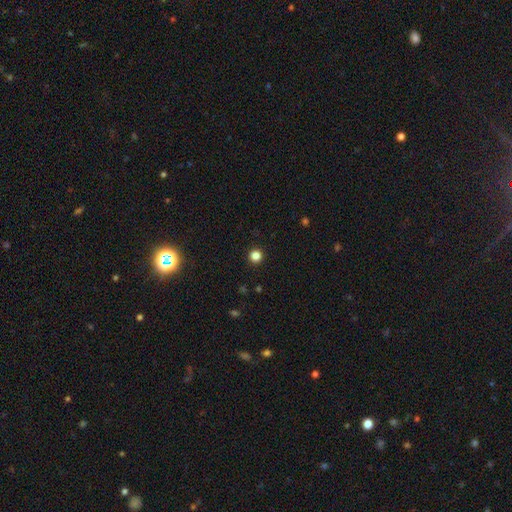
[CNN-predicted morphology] Smooth or featured? Predicted: smooth (p=0.83). How rounded? Predicted: round (p=0.95). Merging? Predicted: none (p=0.93).